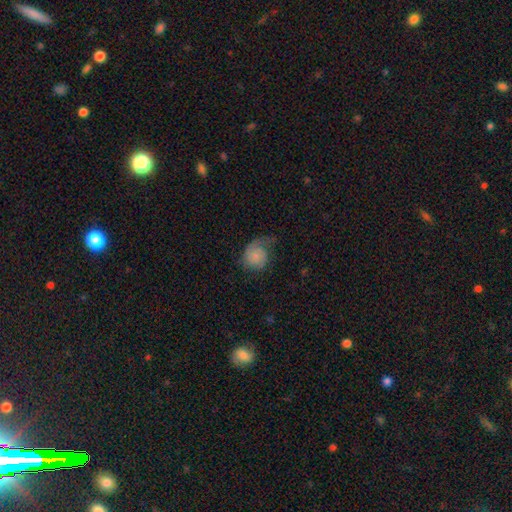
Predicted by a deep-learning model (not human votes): A smooth galaxy with no disk features (49%).

Vote fractions:
- Smooth or featured? smooth: 49% / featured or disk: 44% / star or artifact: 8%
- Merging? none: 37% / minor disturbance: 31% / major disturbance: 30% / merger: 2%